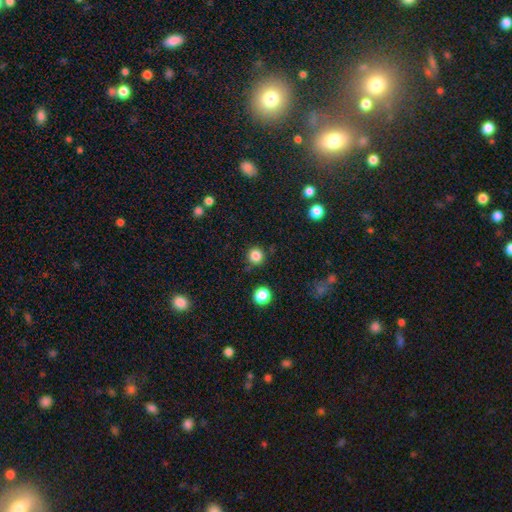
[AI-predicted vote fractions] Smooth or featured? Predicted: smooth (p=0.84). How rounded? Predicted: round (p=0.94). Merging? Predicted: none (p=0.88).